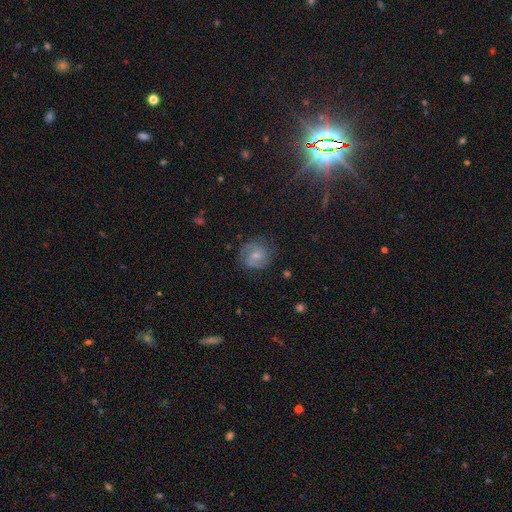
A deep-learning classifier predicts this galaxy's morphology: Smooth or featured: featured or disk — 60% (smooth — 32%)
Edge-on disk: no — 98% (yes — 2%)
Bar: weak — 48% (no — 43%)
Spiral arms: yes — 89% (no — 11%)
Spiral winding: medium — 45% (tight — 38%)
Spiral arm count: 2 — 67% (can't tell — 17%)
Bulge size: small — 46% (moderate — 40%)
Merging: none — 73% (minor disturbance — 18%)